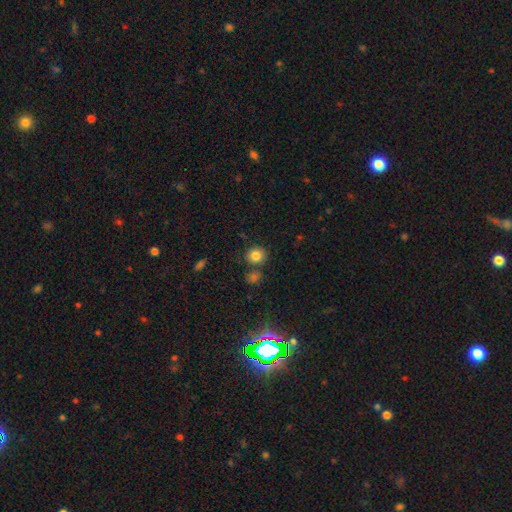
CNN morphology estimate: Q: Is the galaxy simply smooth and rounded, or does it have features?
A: smooth — 83%.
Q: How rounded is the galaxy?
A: round — 87%.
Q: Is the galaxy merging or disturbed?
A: none — 76%.